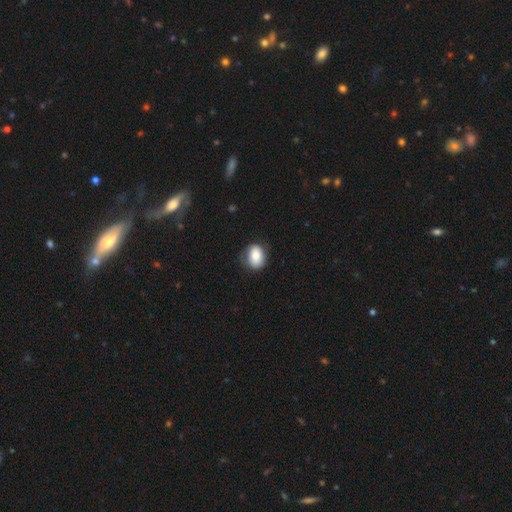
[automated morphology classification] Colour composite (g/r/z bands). It shows a smooth galaxy with no disk features (80%) that is in between round and cigar-shaped (65%). Merging: none (72%).